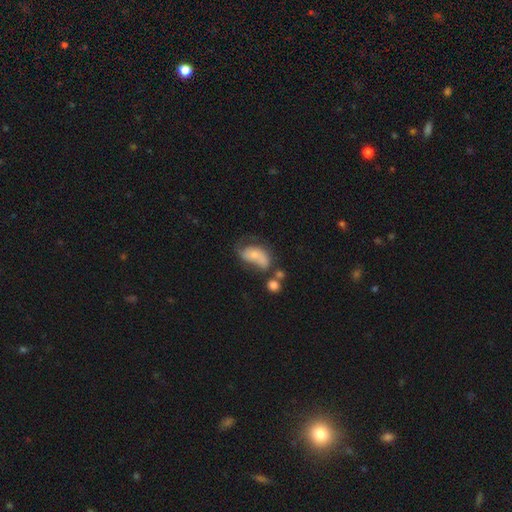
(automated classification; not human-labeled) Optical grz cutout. It shows a smooth galaxy with no disk features (49%). Merging: major disturbance (30%).